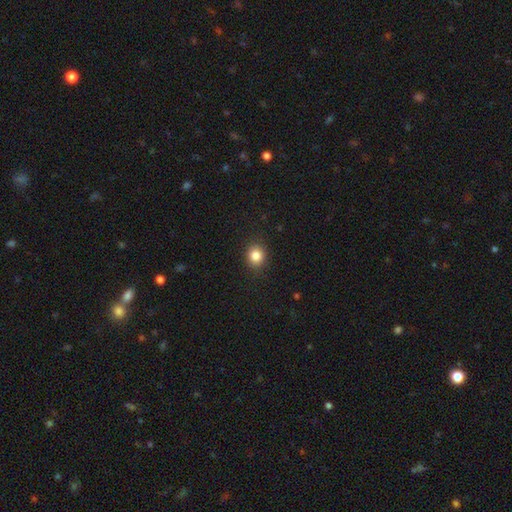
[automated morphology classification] smooth_or_featured: smooth (p=0.84) [alt: star or artifact p=0.11]
how_rounded: round (p=0.75) [alt: in between p=0.24]
merging: none (p=0.89) [alt: minor disturbance p=0.08]